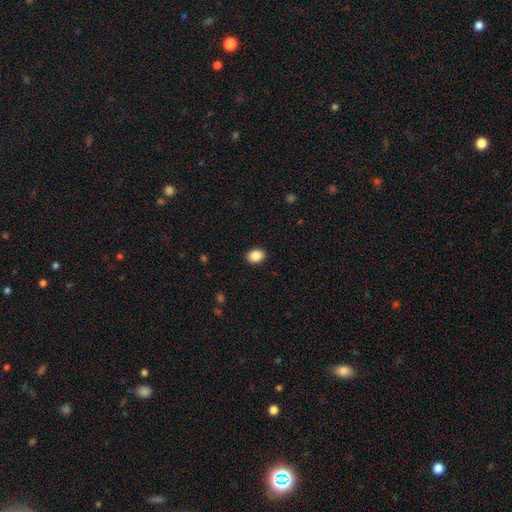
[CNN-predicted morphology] smooth 88%, star or artifact 8%, featured or disk 4%. Down the decision tree: how rounded — in between (65%); merging — none (91%).